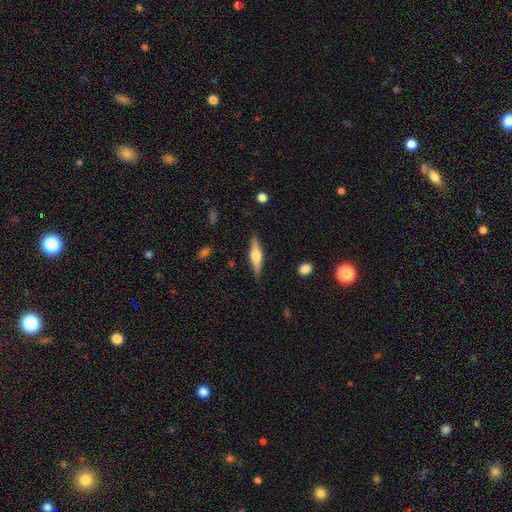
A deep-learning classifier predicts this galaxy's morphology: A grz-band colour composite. It shows a featured or disk galaxy (60%) viewed edge-on (96%) with a rounded central bulge (87%). Merging: none (88%).